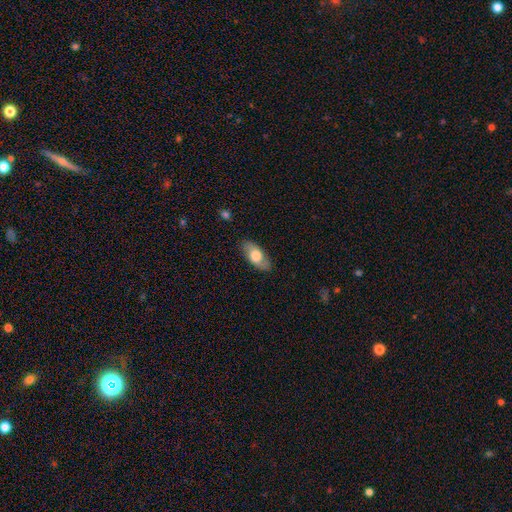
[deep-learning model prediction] The model was most divided on "smooth or featured": smooth: 61%, featured or disk: 33%, star or artifact: 6%. More confident: how rounded — in between (86%); merging — none (82%).